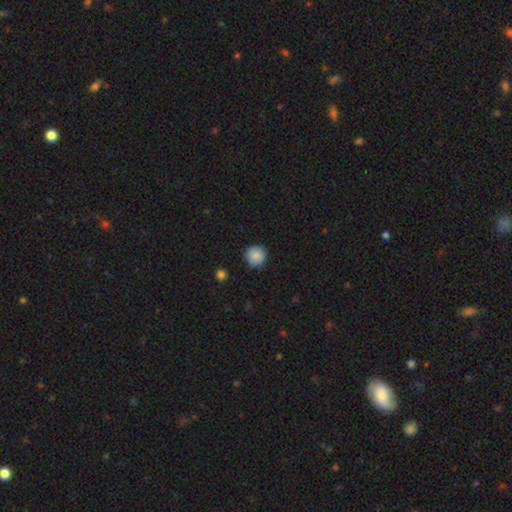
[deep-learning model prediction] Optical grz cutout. It shows a smooth galaxy with no disk features (88%) that is round (94%). Merging: none (88%).